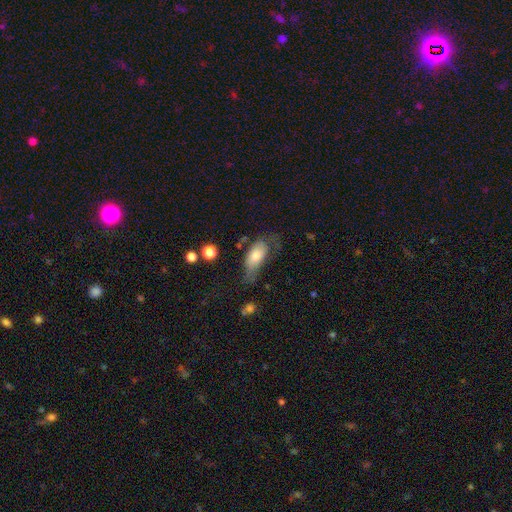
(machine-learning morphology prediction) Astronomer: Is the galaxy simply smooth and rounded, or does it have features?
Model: smooth — 67%.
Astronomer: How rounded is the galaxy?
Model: in between — 84%.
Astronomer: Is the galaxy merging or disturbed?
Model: major disturbance — 32%, tied with none and minor disturbance at 32%.